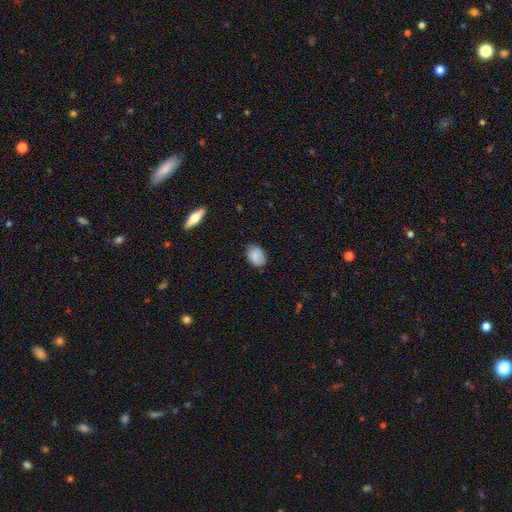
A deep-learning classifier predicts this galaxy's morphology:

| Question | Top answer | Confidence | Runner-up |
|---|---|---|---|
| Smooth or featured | smooth | 87% | star or artifact (8%) |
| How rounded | in between | 71% | round (28%) |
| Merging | none | 83% | minor disturbance (14%) |